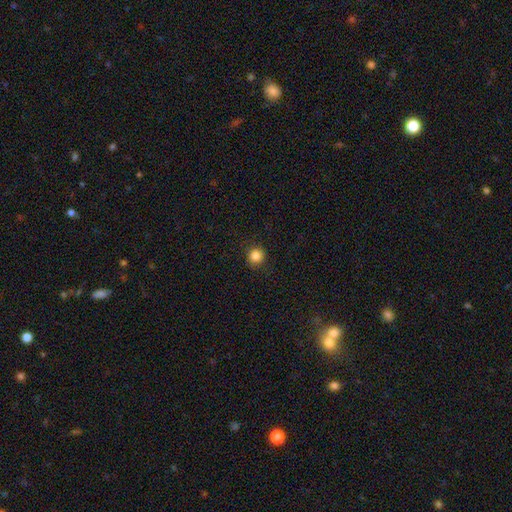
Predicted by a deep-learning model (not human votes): This appears to be a smooth galaxy with no disk features (85%) that is round (94%). Merging: none (90%).